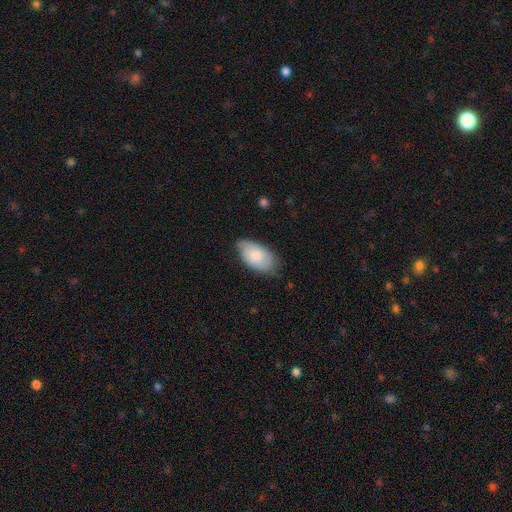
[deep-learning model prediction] This is likely a smooth galaxy (76%). How rounded: clearly in between (95%). Merging: likely none (65%).